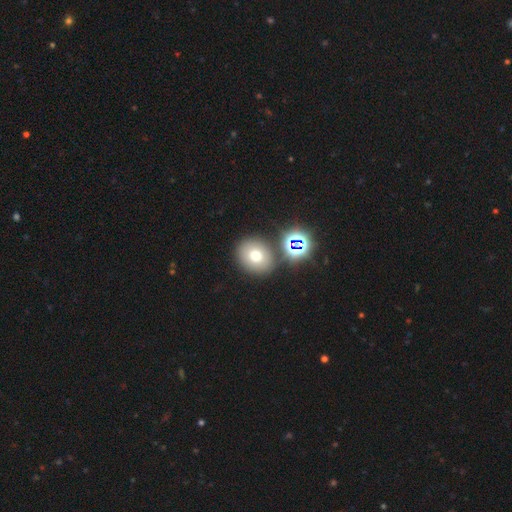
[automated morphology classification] Smooth or featured? Predicted: smooth (p=0.69). How rounded? Predicted: round (p=0.73). Merging? Predicted: none (p=0.79).